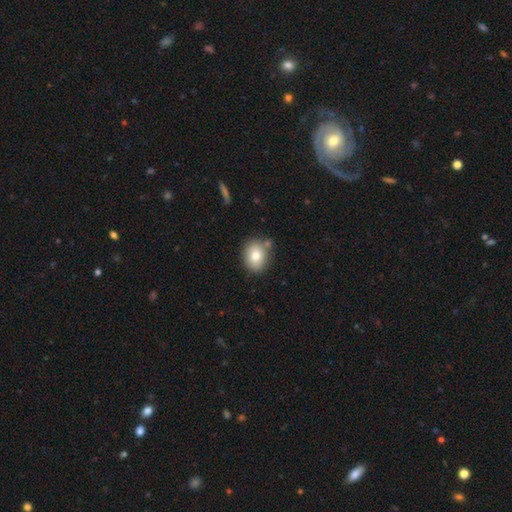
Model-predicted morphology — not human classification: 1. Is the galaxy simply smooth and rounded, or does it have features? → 76% smooth, 14% featured or disk, 9% star or artifact.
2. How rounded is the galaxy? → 50% round (tied), 50% in between (tied), 1% cigar-shaped.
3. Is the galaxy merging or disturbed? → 73% none, 13% minor disturbance, 10% merger, 3% major disturbance.